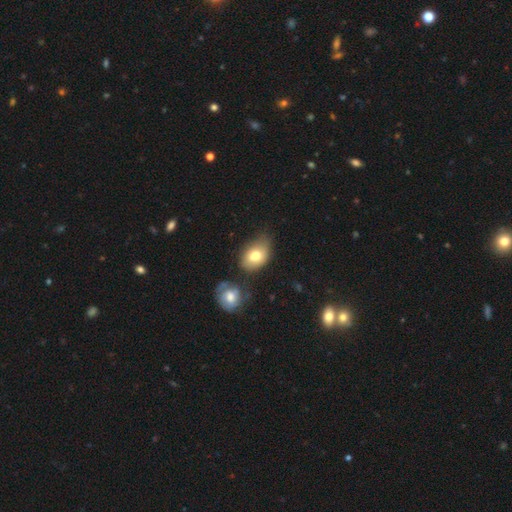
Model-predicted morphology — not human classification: A smooth galaxy with no disk features (74%) that is in between round and cigar-shaped (79%). Merging: none (52%).